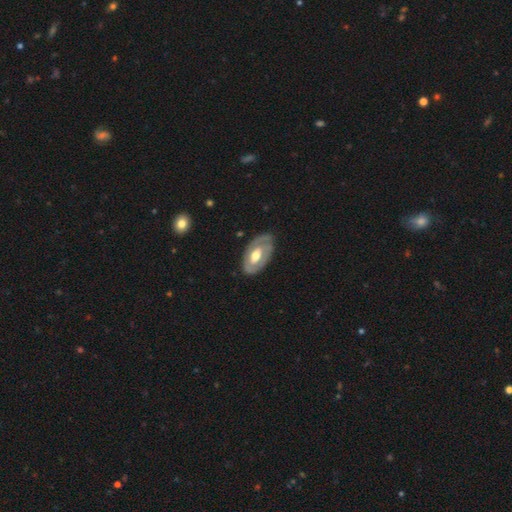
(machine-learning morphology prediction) featured or disk 67%, smooth 29%, star or artifact 4%. Down the decision tree: edge-on disk — no (92%); bar — no (56%); spiral arms — no (51%); bulge size — moderate (70%); merging — none (73%).